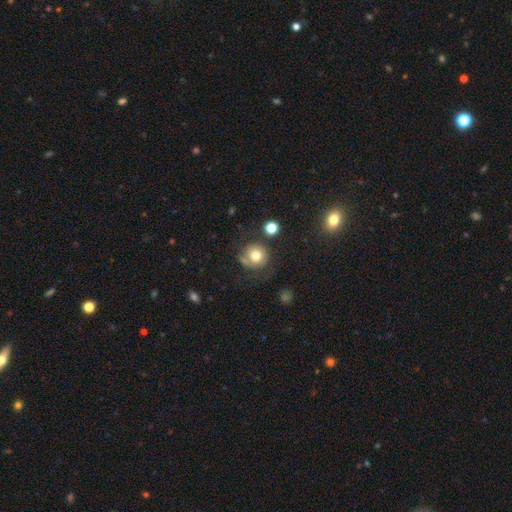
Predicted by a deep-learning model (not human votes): smooth_or_featured: smooth (p=0.73) [alt: featured or disk p=0.15]
how_rounded: round (p=0.90) [alt: in between p=0.09]
merging: none (p=0.63) [alt: minor disturbance p=0.18]